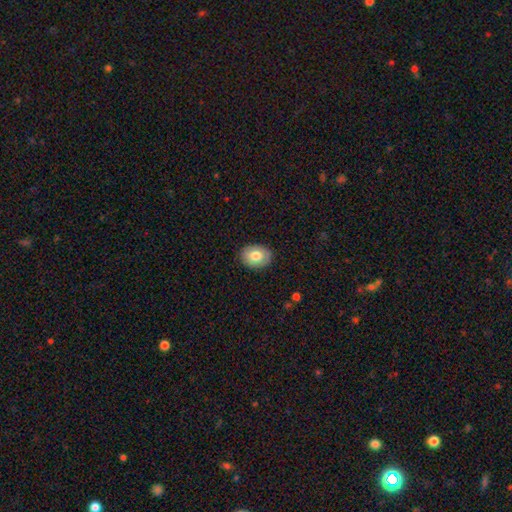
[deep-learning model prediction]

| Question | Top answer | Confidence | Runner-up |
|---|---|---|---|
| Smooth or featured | smooth | 76% | featured or disk (17%) |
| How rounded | in between | 65% | round (34%) |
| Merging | none | 87% | minor disturbance (10%) |